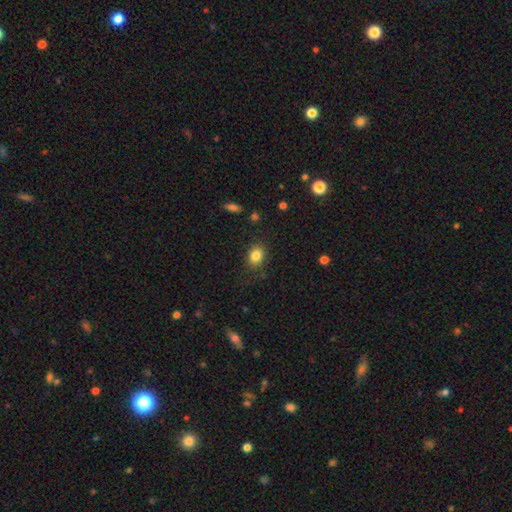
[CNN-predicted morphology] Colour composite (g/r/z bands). It shows a smooth galaxy with no disk features (83%) that is in between round and cigar-shaped (60%). Merging: none (83%).